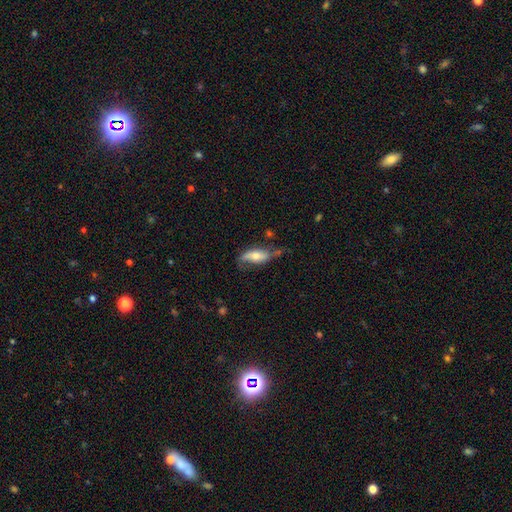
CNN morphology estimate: type=smooth (49%); merging=none (44%).